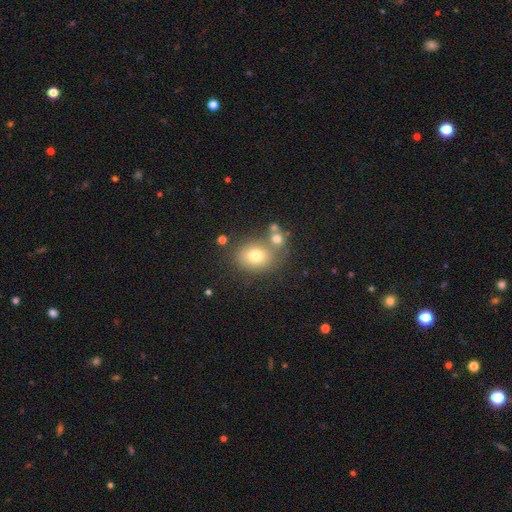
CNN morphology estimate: smooth-or-featured: smooth: 73% | featured or disk: 14% | star or artifact: 12%
  how-rounded: round: 53% | in between: 46% | cigar-shaped: 1%
  merging: none: 59% | merger: 24% | minor disturbance: 12% | major disturbance: 5%